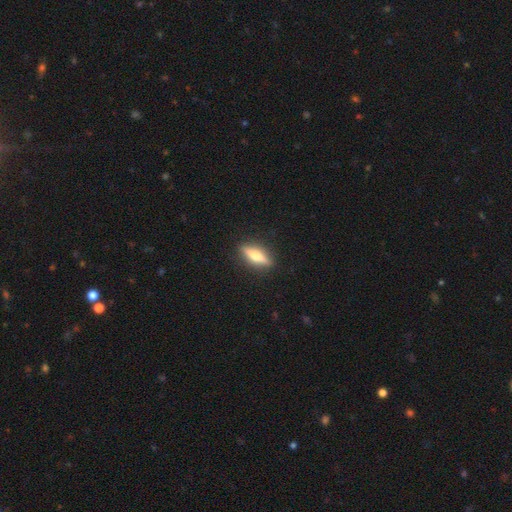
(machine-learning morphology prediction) Q: Smooth or featured?
A: featured or disk (54%); runner-up: smooth (40%)
Q: Edge-on disk?
A: yes (93%); runner-up: no (7%)
Q: Edge-on bulge?
A: rounded (92%); runner-up: boxy (5%)
Q: Merging?
A: none (90%); runner-up: minor disturbance (7%)